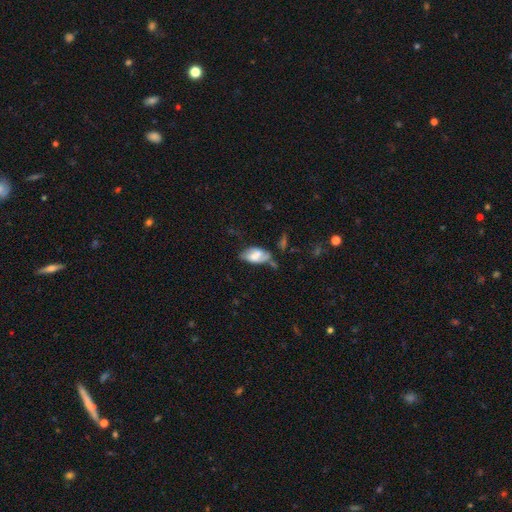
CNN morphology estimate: smooth 59%, featured or disk 33%, star or artifact 8%. Down the decision tree: how rounded — in between (92%); merging — none (37%).